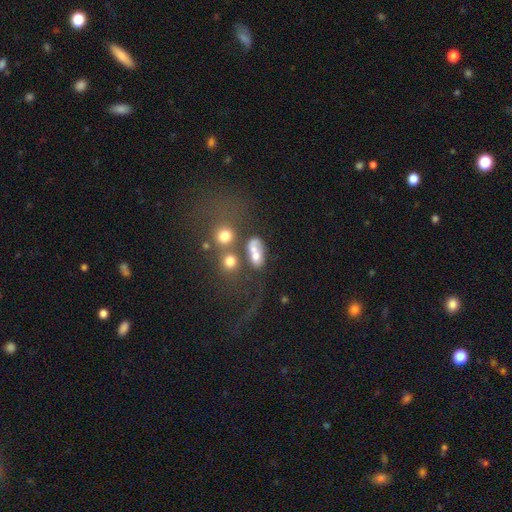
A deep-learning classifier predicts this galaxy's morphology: smooth_or_featured: smooth (p=0.61) [alt: featured or disk p=0.26]
how_rounded: in between (p=0.69) [alt: round p=0.27]
merging: merger (p=0.41) [alt: none p=0.25]